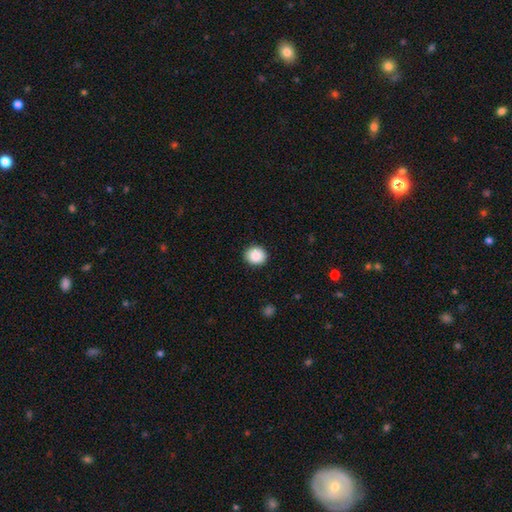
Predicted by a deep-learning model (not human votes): The model was most divided on "how rounded": round: 82%, in between: 17%, cigar-shaped: 1%. More confident: merging — none (91%); smooth or featured — smooth (88%).